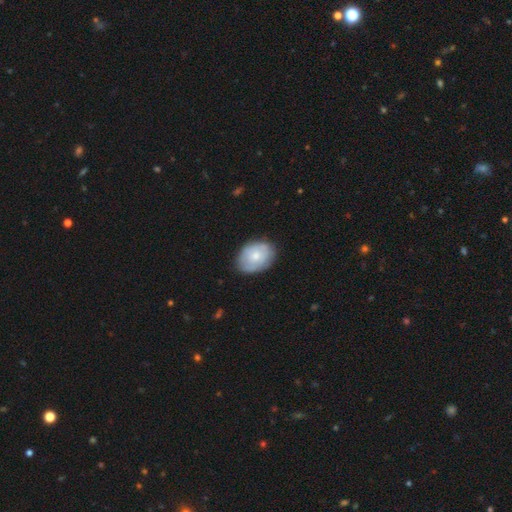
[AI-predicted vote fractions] A smooth galaxy with no disk features (57%) that is in between round and cigar-shaped (71%). Merging: none (76%).